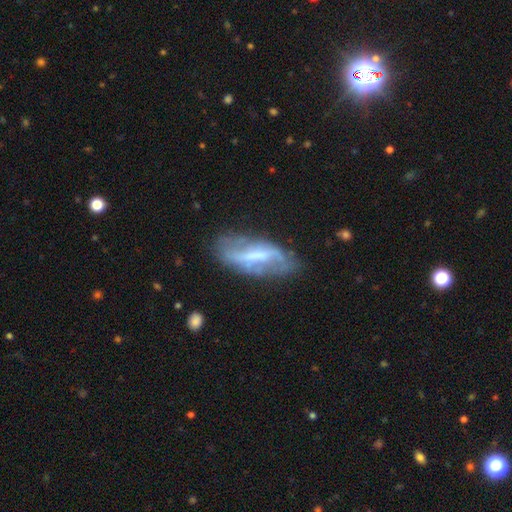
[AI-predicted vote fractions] Smooth or featured: featured or disk — 65% (smooth — 27%)
Edge-on disk: no — 87% (yes — 13%)
Bar: strong — 47% (weak — 35%)
Spiral arms: yes — 58% (no — 42%)
Bulge size: moderate — 31% (tied with small — 31%)
Merging: none — 58% (minor disturbance — 25%)